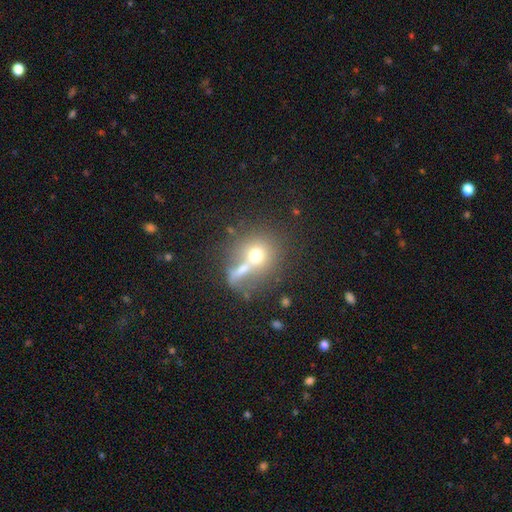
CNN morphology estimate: Smooth or featured?
  - smooth: 65% *
  - featured or disk: 21%
  - star or artifact: 14%
How rounded?
  - round: 82% *
  - in between: 16%
  - cigar-shaped: 2%
Merging?
  - merger: 44% *
  - none: 38%
  - minor disturbance: 10%
  - major disturbance: 7%